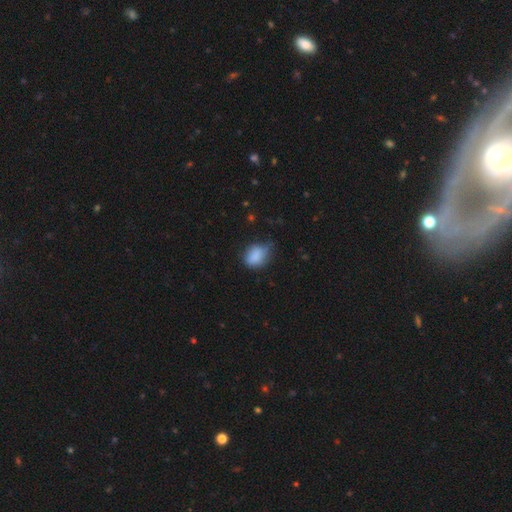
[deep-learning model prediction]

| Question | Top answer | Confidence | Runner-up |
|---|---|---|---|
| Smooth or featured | smooth | 84% | star or artifact (9%) |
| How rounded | in between | 65% | round (34%) |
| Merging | none | 49% | minor disturbance (38%) |